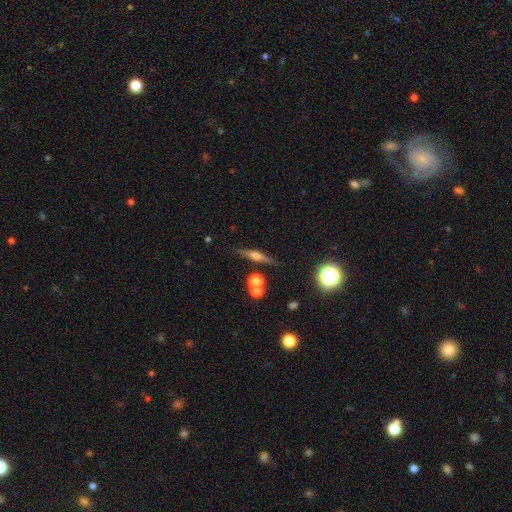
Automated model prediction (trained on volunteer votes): Overall: featured or disk (64%; smooth 26%). Edge-on disk: yes (96%). Edge-on bulge: rounded (86%). Merging: none (82%).